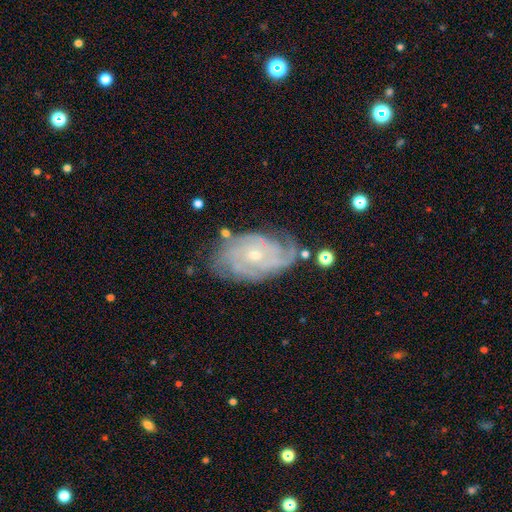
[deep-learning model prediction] This is clearly a featured or disk galaxy (86%). It is clearly not viewed edge-on (96%). Bar: likely no (72%). Spiral arm pattern: clearly yes (97%). Spiral arm count: marginally can't tell (28%). Spiral winding: likely tight (70%). Central bulge: likely small (65%). Merging: likely none (69%).